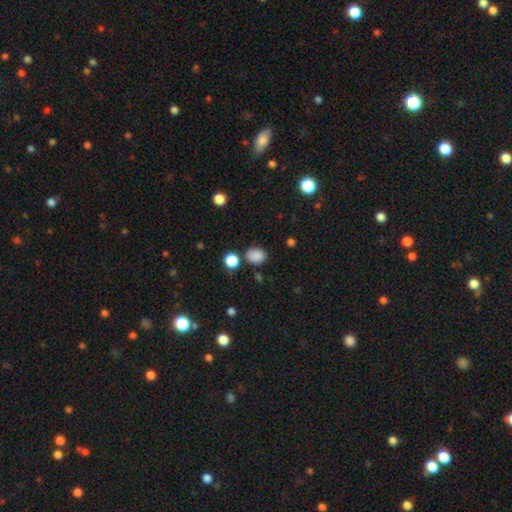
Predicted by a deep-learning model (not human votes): smooth_or_featured: smooth (p=0.86) [alt: star or artifact p=0.11]
how_rounded: in between (p=0.50) [alt: round p=0.49]
merging: none (p=0.79) [alt: minor disturbance p=0.12]